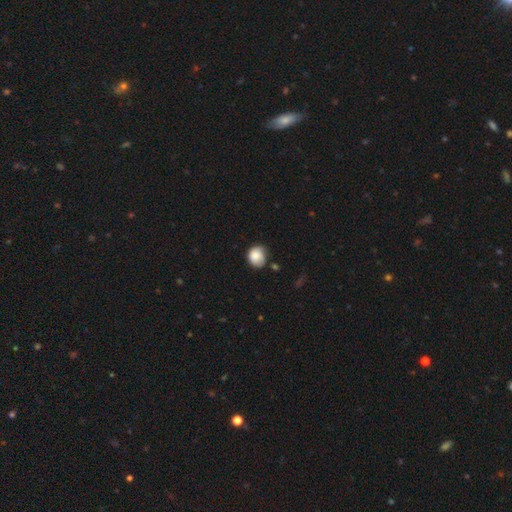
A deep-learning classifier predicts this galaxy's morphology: Smooth or featured?
  - smooth: 80% *
  - featured or disk: 12%
  - star or artifact: 8%
How rounded?
  - round: 67% *
  - in between: 32%
  - cigar-shaped: 1%
Merging?
  - none: 50% *
  - minor disturbance: 37%
  - major disturbance: 9%
  - merger: 4%